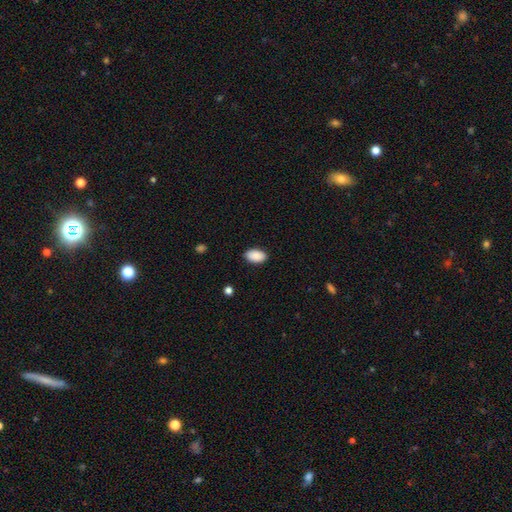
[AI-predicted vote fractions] Smooth or featured? Predicted: smooth (p=0.91). How rounded? Predicted: in between (p=0.94). Merging? Predicted: none (p=0.88).